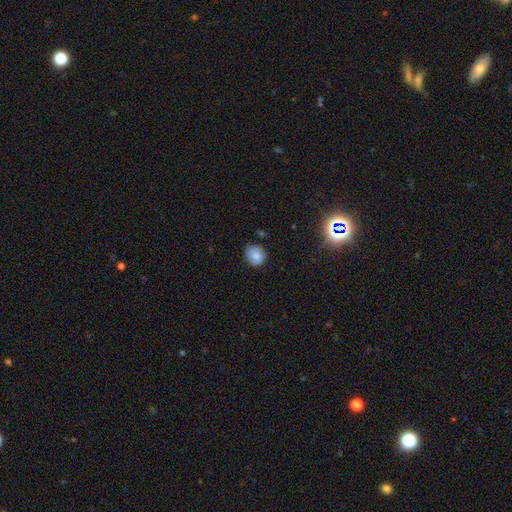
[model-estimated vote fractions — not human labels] smooth-or-featured: smooth: 80% | star or artifact: 11% | featured or disk: 9%
  how-rounded: round: 80% | in between: 20% | cigar-shaped: 1%
  merging: none: 78% | minor disturbance: 17% | major disturbance: 3% | merger: 2%